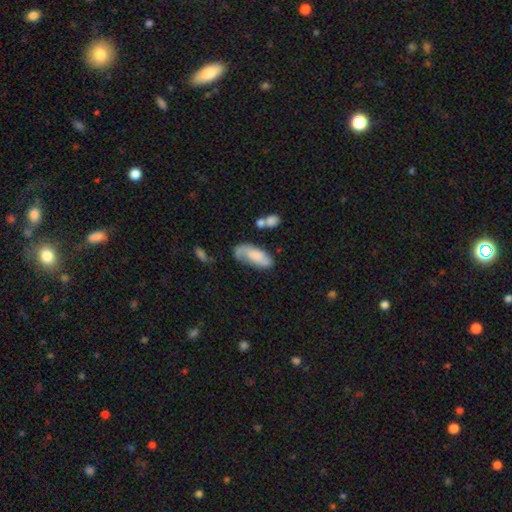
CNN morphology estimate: Smooth or featured?
  - smooth: 57% *
  - featured or disk: 36%
  - star or artifact: 7%
How rounded?
  - in between: 84% *
  - cigar-shaped: 13%
  - round: 2%
Merging?
  - none: 44% *
  - minor disturbance: 28%
  - major disturbance: 19%
  - merger: 9%